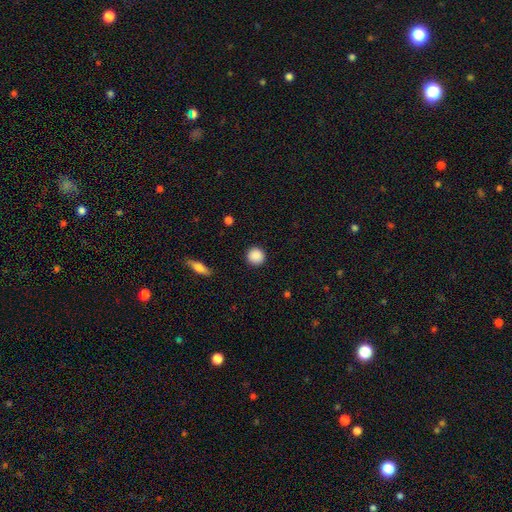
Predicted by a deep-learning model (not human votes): Smooth or featured? smooth (89%)
How rounded? round (93%)
Merging? none (91%)